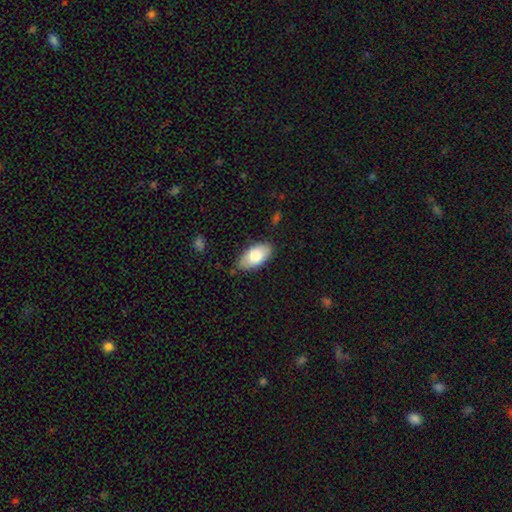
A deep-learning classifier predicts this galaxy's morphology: type=smooth (82%); roundness=in between (94%); merging=none (77%).